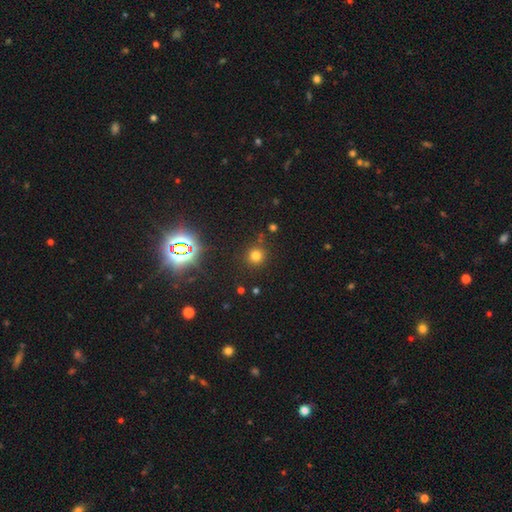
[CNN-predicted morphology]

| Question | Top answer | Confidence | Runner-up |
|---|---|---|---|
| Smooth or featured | smooth | 72% | star or artifact (21%) |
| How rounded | round | 93% | in between (6%) |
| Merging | none | 85% | minor disturbance (8%) |